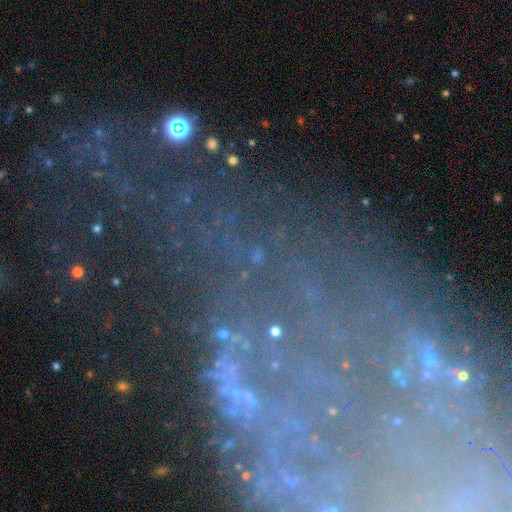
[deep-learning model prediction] This appears to be a star or artifact, not a galaxy (58%).